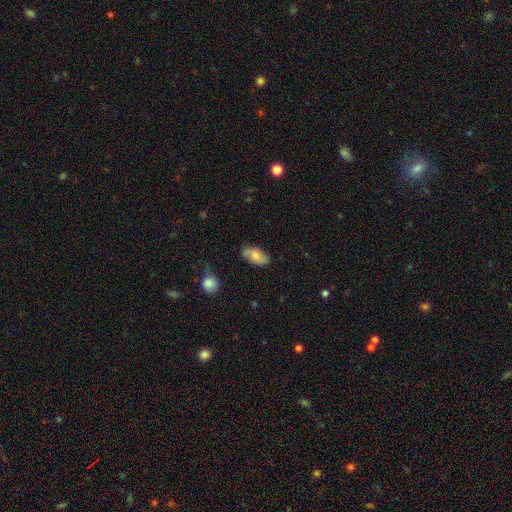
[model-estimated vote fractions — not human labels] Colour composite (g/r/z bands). It shows a smooth galaxy with no disk features (68%) that is in between round and cigar-shaped (92%). Merging: none (75%).